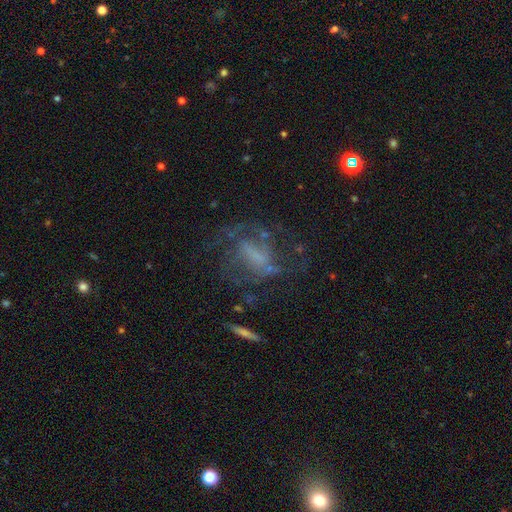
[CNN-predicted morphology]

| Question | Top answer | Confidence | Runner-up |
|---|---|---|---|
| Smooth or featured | featured or disk | 67% | smooth (19%) |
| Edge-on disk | no | 95% | yes (5%) |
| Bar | weak | 39% | tied: no (39%) |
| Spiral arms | yes | 67% | no (33%) |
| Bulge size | none | 49% | small (25%) |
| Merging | none | 51% | major disturbance (28%) |